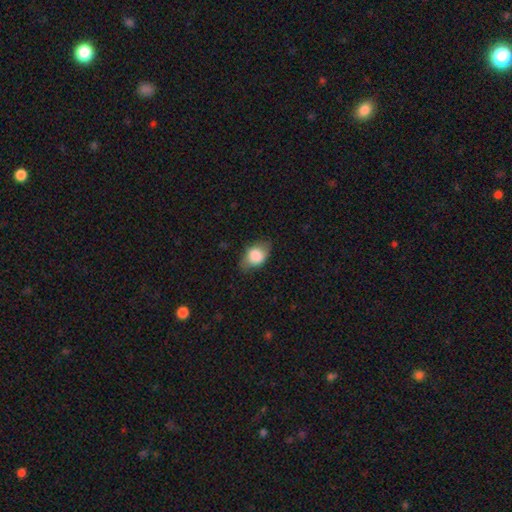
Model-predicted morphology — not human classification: This appears to be a smooth galaxy with no disk features (79%) that is in between round and cigar-shaped (79%). Merging: none (71%).